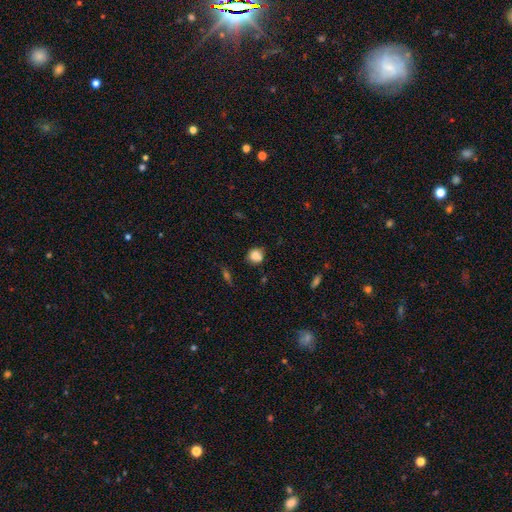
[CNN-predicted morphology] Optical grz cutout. It shows a smooth galaxy with no disk features (82%) that is round (83%). Merging: none (68%).